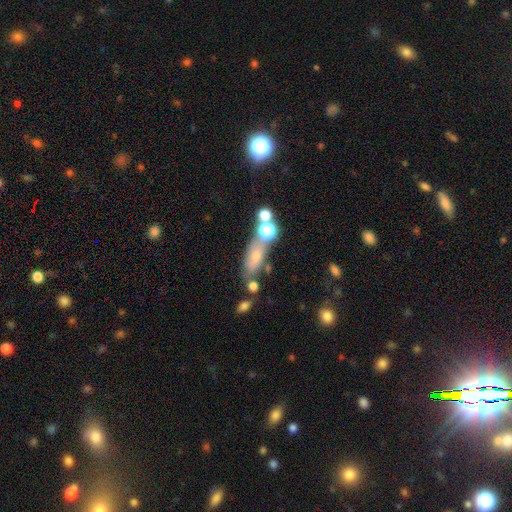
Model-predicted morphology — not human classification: A smooth galaxy with no disk features (58%) that is in between round and cigar-shaped (62%). Merging: none (48%).